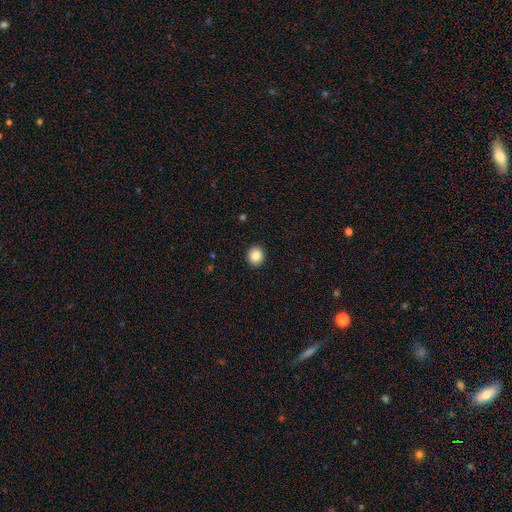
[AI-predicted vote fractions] Smooth or featured? smooth (85%)
How rounded? round (83%)
Merging? none (93%)